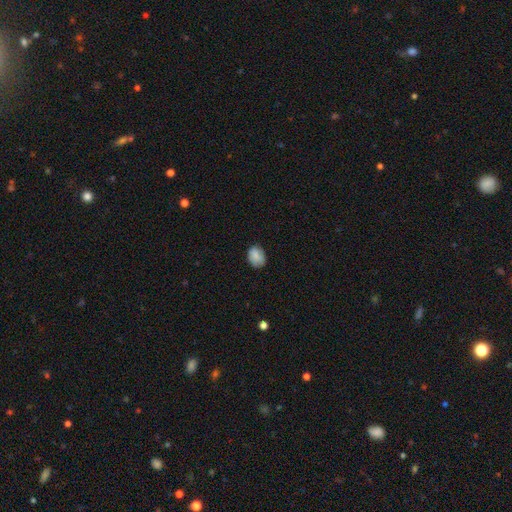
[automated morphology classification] This is clearly a smooth galaxy (84%). How rounded: likely in between (66%). Merging: likely none (70%).